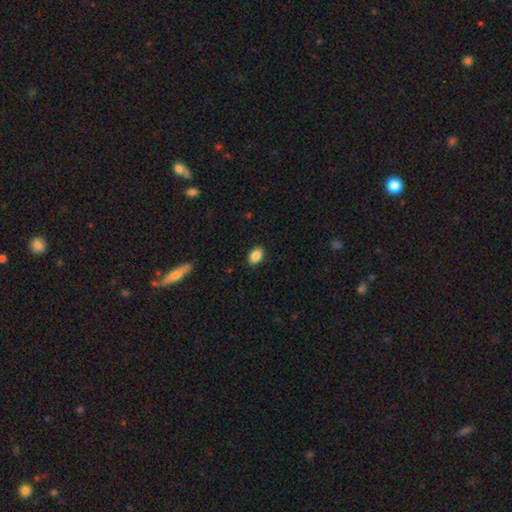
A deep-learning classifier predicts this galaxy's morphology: The model was most divided on "how rounded": in between: 86%, round: 13%, cigar-shaped: 2%. More confident: smooth or featured — smooth (88%); merging — none (87%).